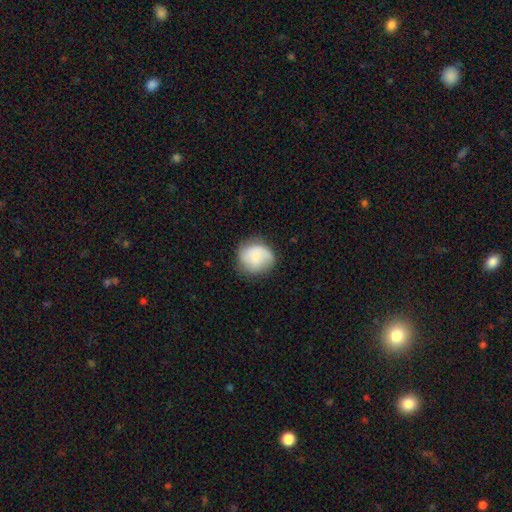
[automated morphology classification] smooth 66%, featured or disk 26%, star or artifact 8%. Down the decision tree: how rounded — round (83%); merging — none (70%).